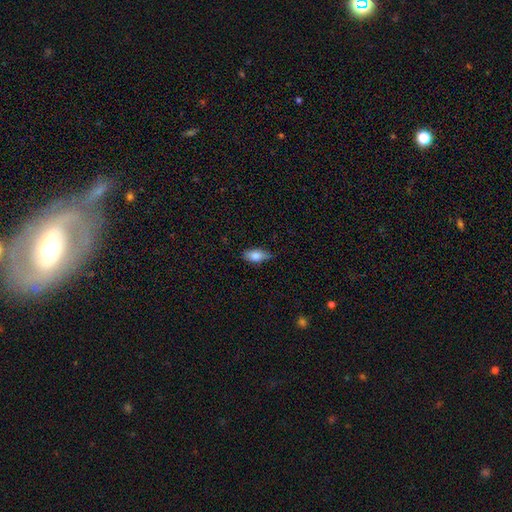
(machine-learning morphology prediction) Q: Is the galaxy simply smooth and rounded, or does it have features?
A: smooth — 82%.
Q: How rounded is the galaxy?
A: in between — 87%.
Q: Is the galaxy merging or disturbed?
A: none — 72%.